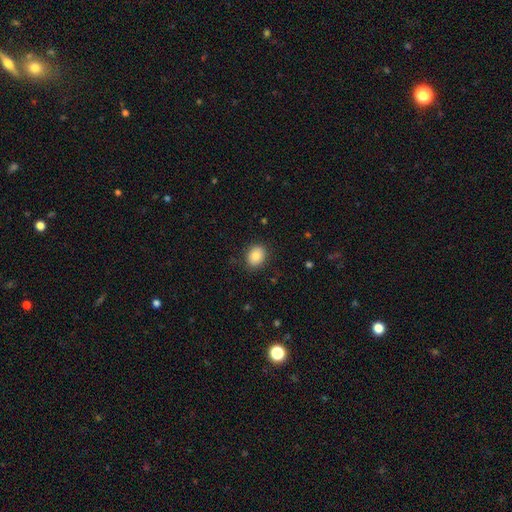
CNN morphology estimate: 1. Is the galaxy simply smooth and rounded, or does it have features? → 85% smooth, 8% star or artifact, 6% featured or disk.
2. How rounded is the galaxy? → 53% in between, 46% round, 1% cigar-shaped.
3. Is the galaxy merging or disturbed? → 87% none, 9% minor disturbance, 3% major disturbance, 1% merger.